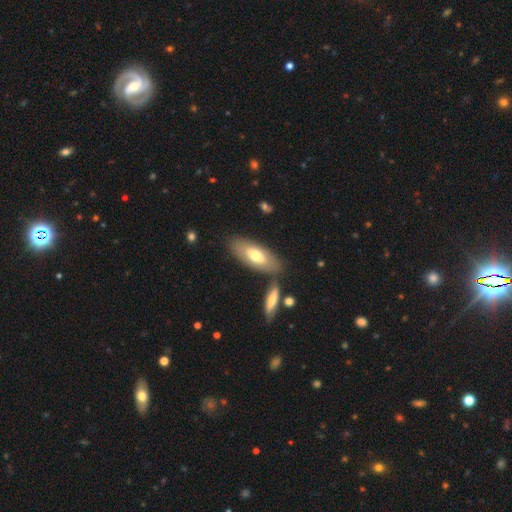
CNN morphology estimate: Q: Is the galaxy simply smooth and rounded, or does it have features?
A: smooth — 65%.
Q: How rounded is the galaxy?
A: in between — 77%.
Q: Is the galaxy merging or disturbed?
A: none — 72%.